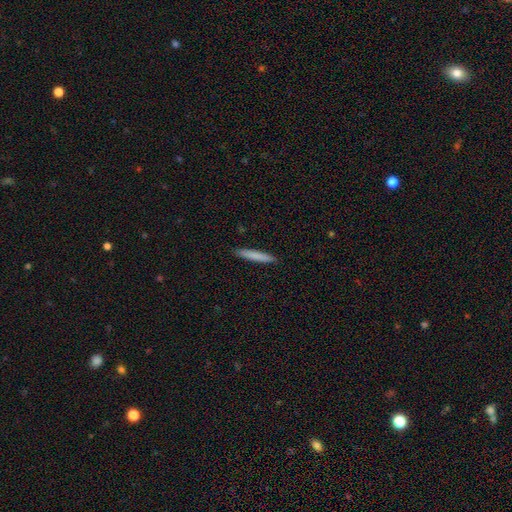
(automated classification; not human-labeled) Smooth or featured? Predicted: smooth (p=0.78). How rounded? Predicted: cigar-shaped (p=0.95). Merging? Predicted: none (p=0.91).